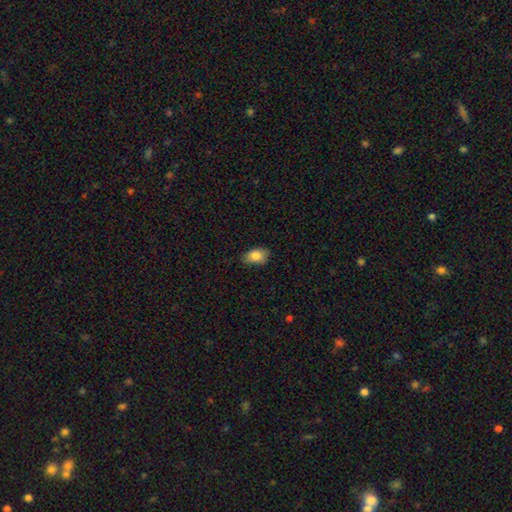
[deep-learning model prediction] Smooth or featured? smooth (84%)
How rounded? in between (85%)
Merging? none (71%)